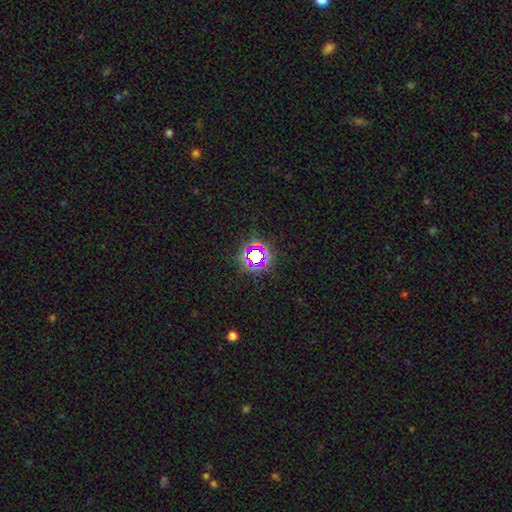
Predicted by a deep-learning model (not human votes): This appears to be a star or artifact, not a galaxy (70%).